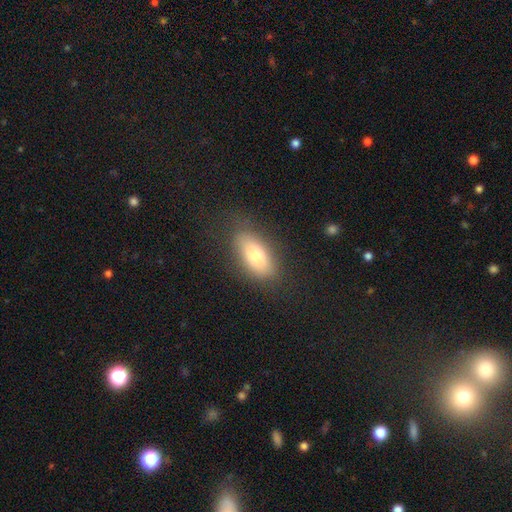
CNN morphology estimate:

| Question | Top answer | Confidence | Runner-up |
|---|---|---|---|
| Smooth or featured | smooth | 77% | featured or disk (16%) |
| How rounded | in between | 84% | cigar-shaped (12%) |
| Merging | none | 78% | minor disturbance (15%) |